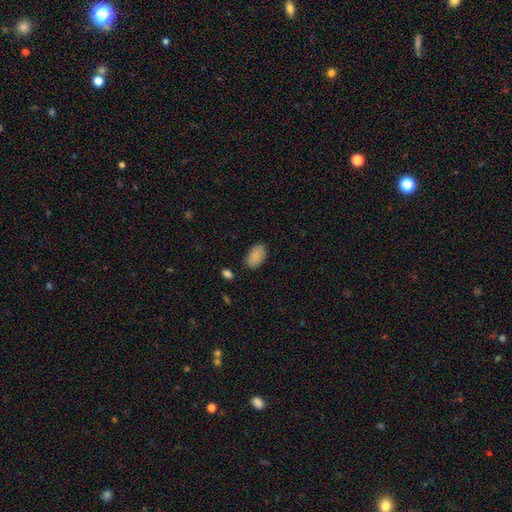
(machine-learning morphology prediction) Smooth or featured?
  - smooth: 89% *
  - star or artifact: 7%
  - featured or disk: 4%
How rounded?
  - in between: 93% *
  - round: 6%
  - cigar-shaped: 1%
Merging?
  - none: 84% *
  - minor disturbance: 11%
  - major disturbance: 3%
  - merger: 2%